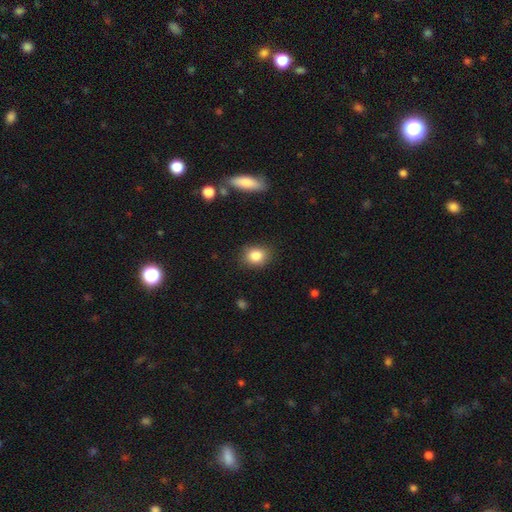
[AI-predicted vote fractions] This is clearly a smooth galaxy (84%). How rounded: possibly round (54%). Merging: clearly none (85%).